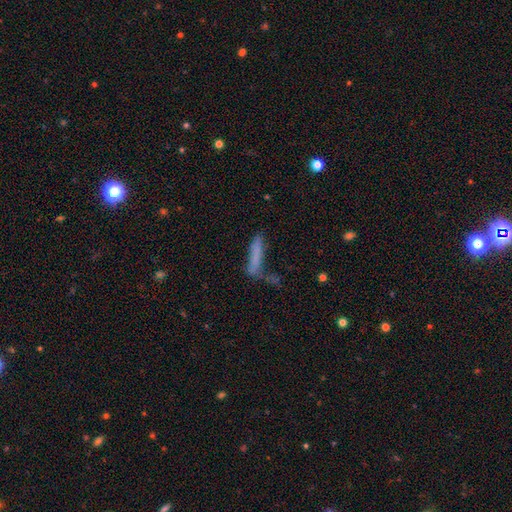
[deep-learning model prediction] smooth 71%, featured or disk 20%, star or artifact 10%. Down the decision tree: how rounded — cigar-shaped (89%); merging — none (53%).